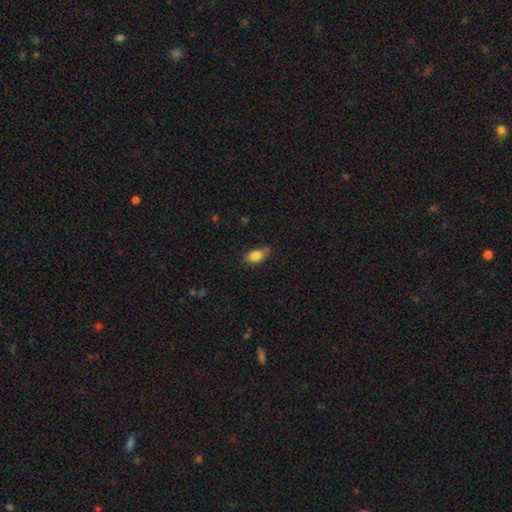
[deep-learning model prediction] This appears to be a smooth galaxy with no disk features (86%) that is in between round and cigar-shaped (86%). Merging: none (62%).